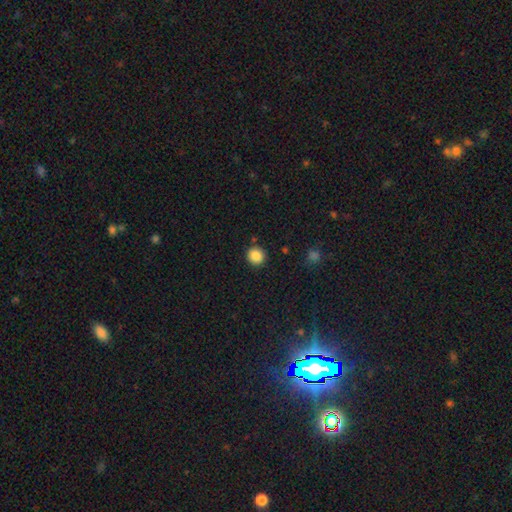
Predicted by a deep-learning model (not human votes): This is clearly a smooth galaxy (87%). How rounded: clearly round (91%). Merging: clearly none (89%).